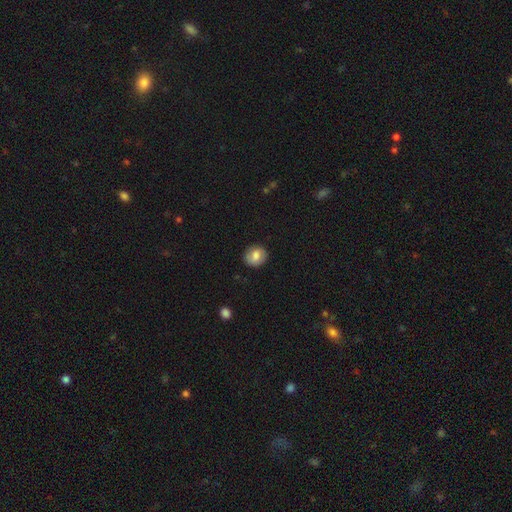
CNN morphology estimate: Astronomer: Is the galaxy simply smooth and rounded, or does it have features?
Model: smooth — 73%.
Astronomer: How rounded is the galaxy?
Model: round — 71%.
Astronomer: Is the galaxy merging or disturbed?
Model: none — 84%.